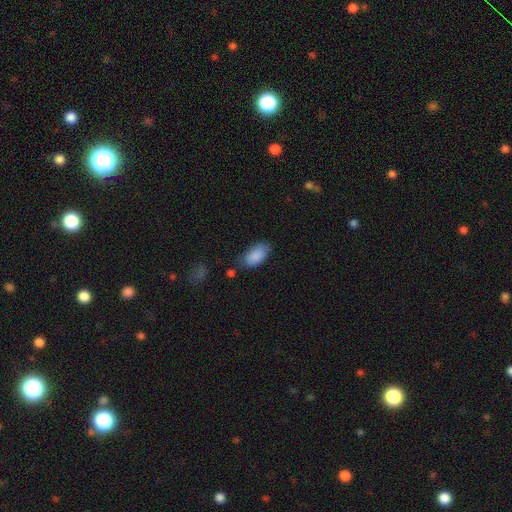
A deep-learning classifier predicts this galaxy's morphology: Q: Smooth or featured?
A: smooth (88%); runner-up: star or artifact (6%)
Q: How rounded?
A: in between (94%); runner-up: cigar-shaped (3%)
Q: Merging?
A: none (69%); runner-up: minor disturbance (21%)